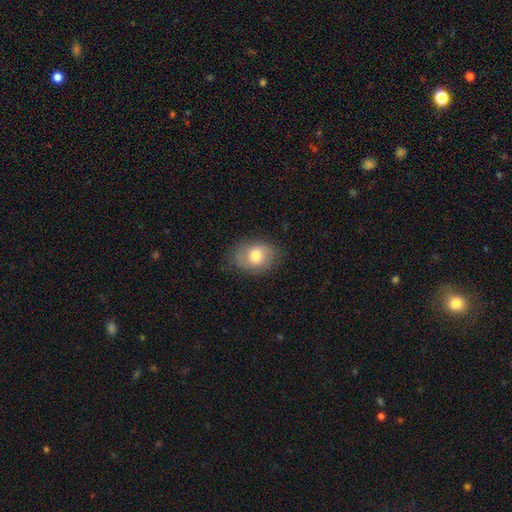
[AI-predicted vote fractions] A smooth galaxy with no disk features (69%) that is in between round and cigar-shaped (64%). Merging: none (75%).